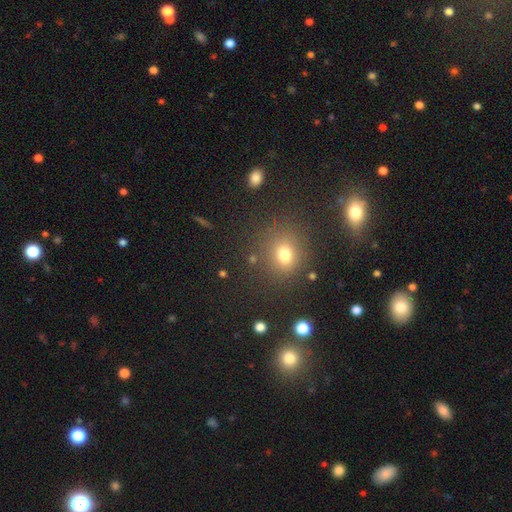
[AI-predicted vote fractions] smooth-or-featured: smooth: 58% | star or artifact: 35% | featured or disk: 8%
  how-rounded: round: 83% | in between: 16% | cigar-shaped: 1%
  merging: none: 85% | minor disturbance: 7% | merger: 4% | major disturbance: 3%